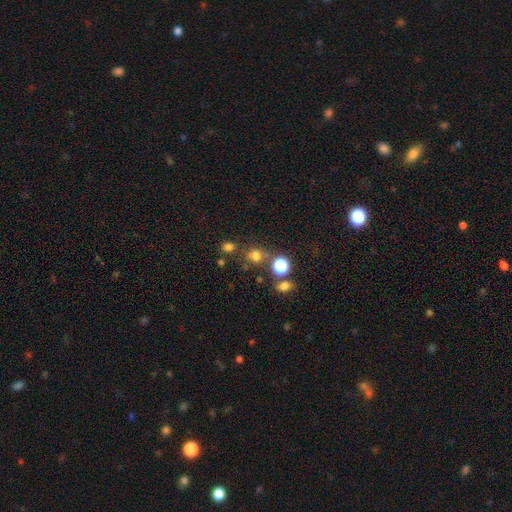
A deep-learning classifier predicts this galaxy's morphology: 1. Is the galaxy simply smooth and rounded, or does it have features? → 70% smooth, 23% star or artifact, 7% featured or disk.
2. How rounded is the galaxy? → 82% round, 17% in between, 1% cigar-shaped.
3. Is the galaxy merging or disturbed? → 71% none, 14% merger, 11% minor disturbance, 5% major disturbance.